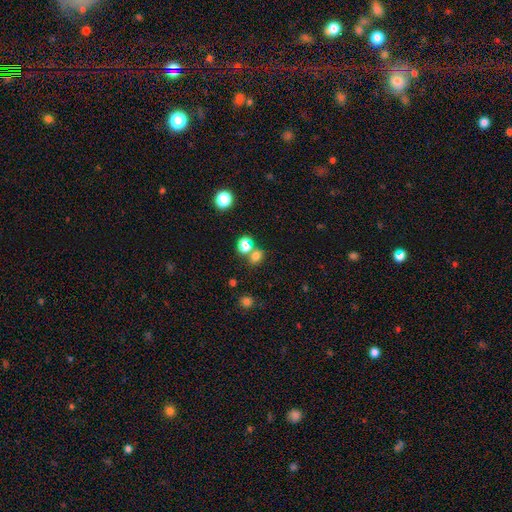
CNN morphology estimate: Smooth or featured? smooth (74%)
How rounded? in between (50%)
Merging? none (54%)